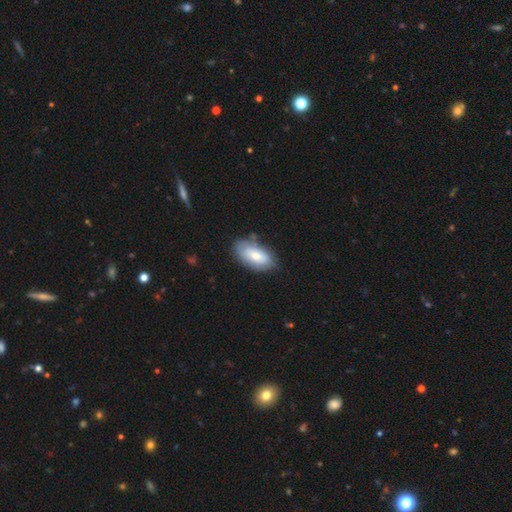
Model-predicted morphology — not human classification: This is likely a smooth galaxy (69%). How rounded: clearly in between (93%). Merging: likely none (65%).